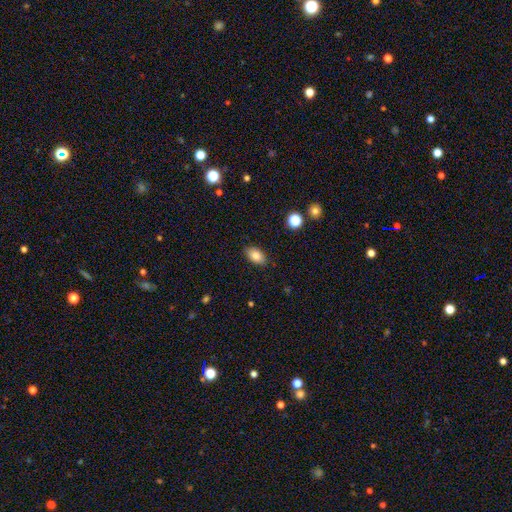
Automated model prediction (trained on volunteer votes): A smooth galaxy with no disk features (82%) that is in between round and cigar-shaped (90%). Merging: none (86%).